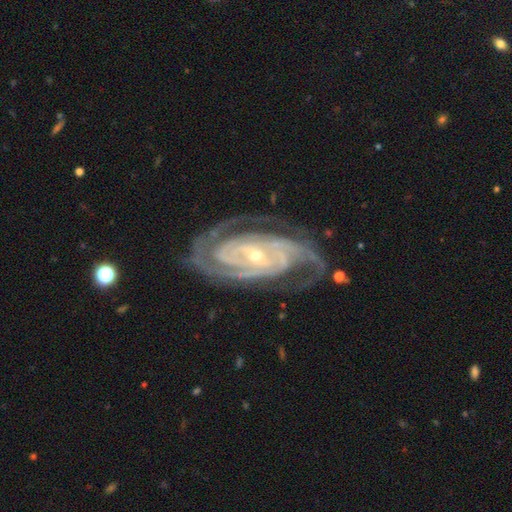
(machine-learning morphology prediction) Overall: featured or disk (93%). Edge-on disk: no (96%). Bar: no (39%; weak 33%). Spiral arms: yes (99%). Spiral arm count: 2 (49%; 3 23%). Spiral winding: tight (71%). Bulge size: small (71%). Merging: none (74%).